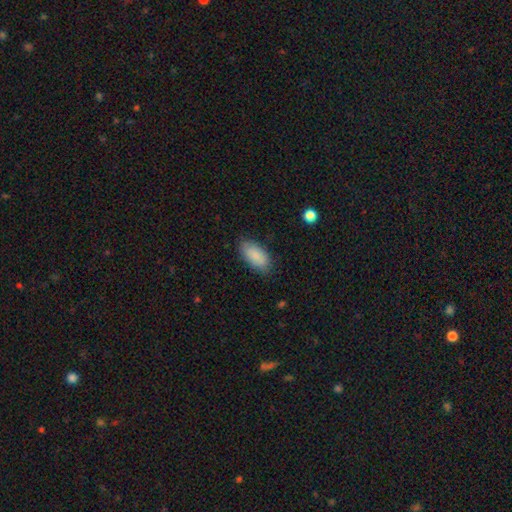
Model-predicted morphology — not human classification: type=smooth (88%); roundness=in between (92%); merging=none (82%).